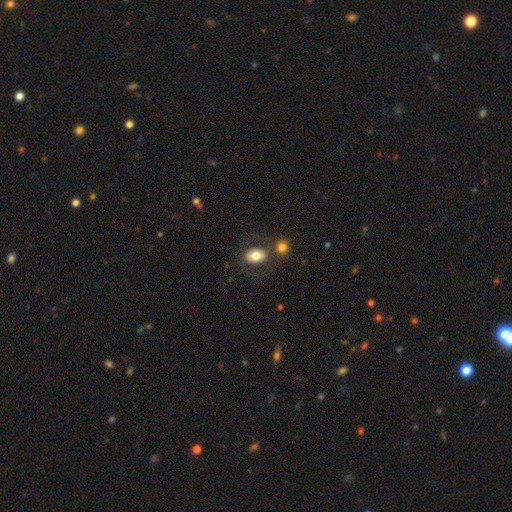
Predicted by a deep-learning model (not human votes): This appears to be a smooth galaxy with no disk features (73%) that is in between round and cigar-shaped (71%). Merging: none (68%).